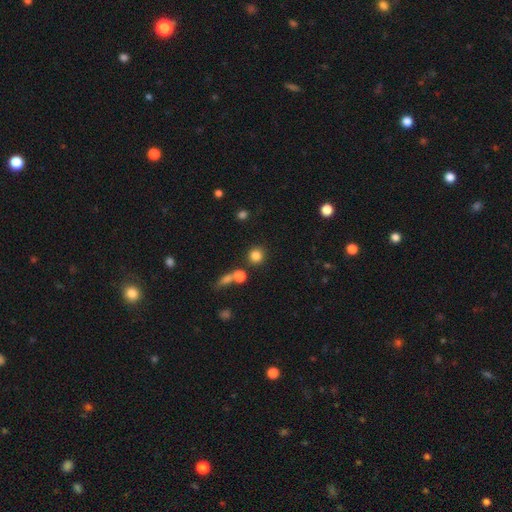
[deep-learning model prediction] This is clearly a smooth galaxy (82%). How rounded: clearly round (90%). Merging: likely none (78%).